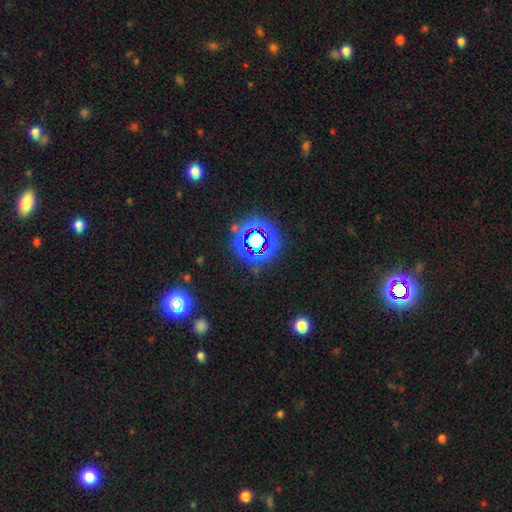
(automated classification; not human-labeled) This appears to be a star or artifact, not a galaxy (72%).